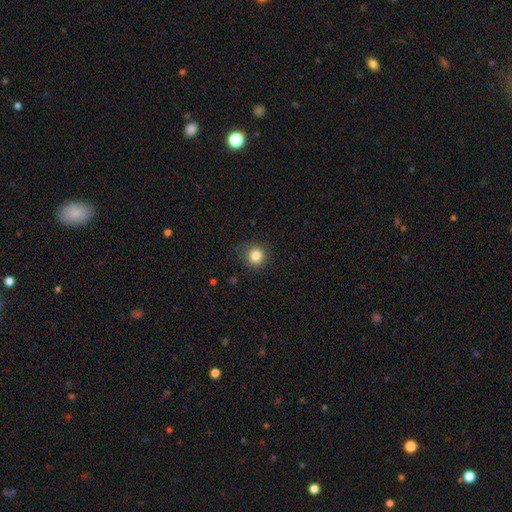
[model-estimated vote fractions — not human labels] smooth-or-featured: smooth: 83% | star or artifact: 12% | featured or disk: 5%
  how-rounded: round: 93% | in between: 6% | cigar-shaped: 1%
  merging: none: 87% | minor disturbance: 9% | major disturbance: 3% | merger: 1%